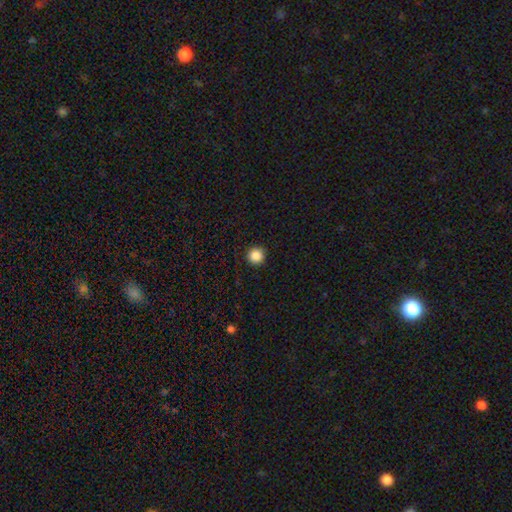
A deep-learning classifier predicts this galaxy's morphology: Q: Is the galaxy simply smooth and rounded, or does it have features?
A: smooth — 87%.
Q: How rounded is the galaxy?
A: round — 96%.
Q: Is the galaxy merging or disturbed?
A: none — 93%.